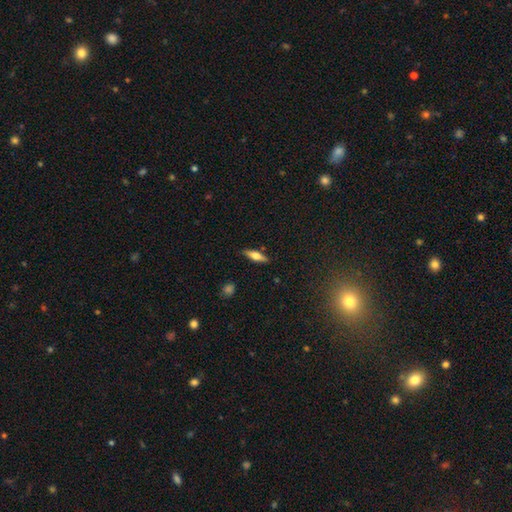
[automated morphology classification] A smooth galaxy with no disk features (55%) that is cigar-shaped (58%). Merging: none (86%).